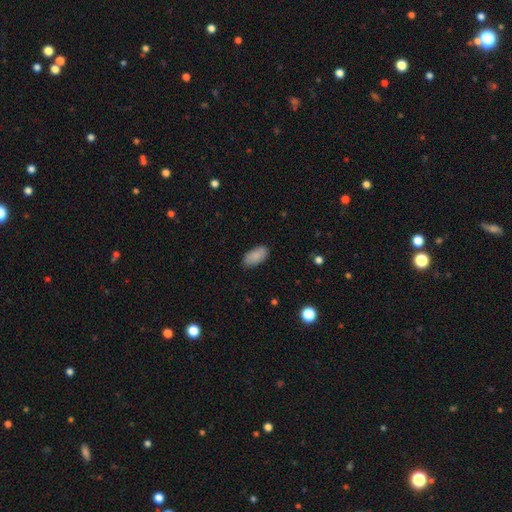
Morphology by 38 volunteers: Smooth or featured?
  - smooth: 97% *
  - star or artifact: 3%
  - featured or disk: 0%
How rounded?
  - in between: 97% *
  - round: 3%
  - cigar-shaped: 0%
Merging?
  - none: 95% *
  - minor disturbance: 3%
  - major disturbance: 3%
  - merger: 0%